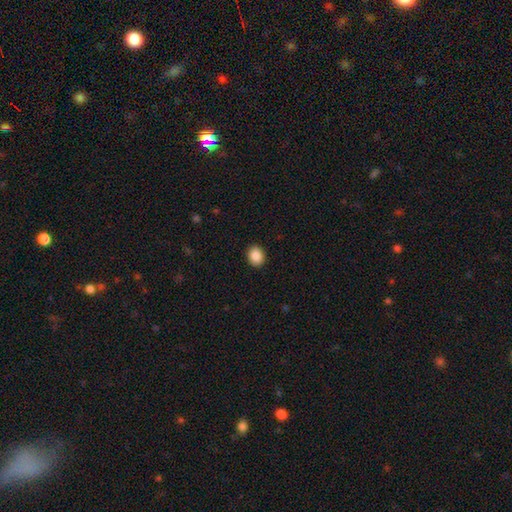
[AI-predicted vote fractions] Smooth or featured? smooth (88%)
How rounded? round (51%)
Merging? none (91%)